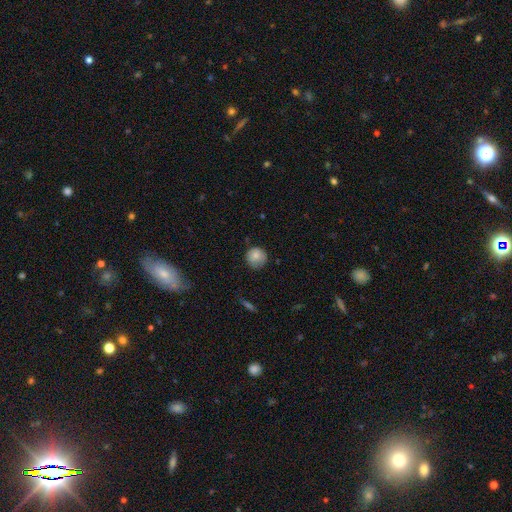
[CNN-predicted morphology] smooth 80%, featured or disk 11%, star or artifact 8%. Down the decision tree: how rounded — round (92%); merging — none (75%).